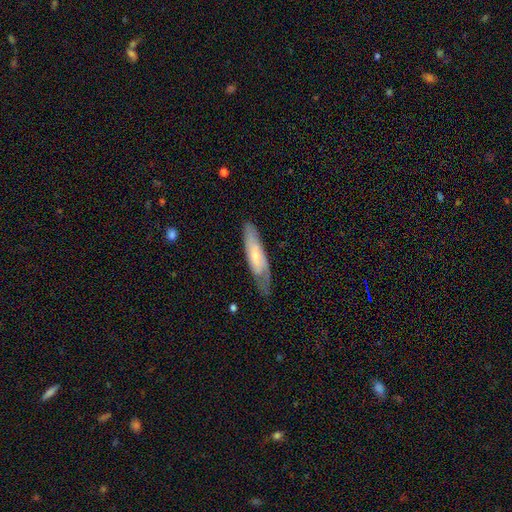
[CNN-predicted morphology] A featured or disk galaxy (55%). Merging: none (65%).